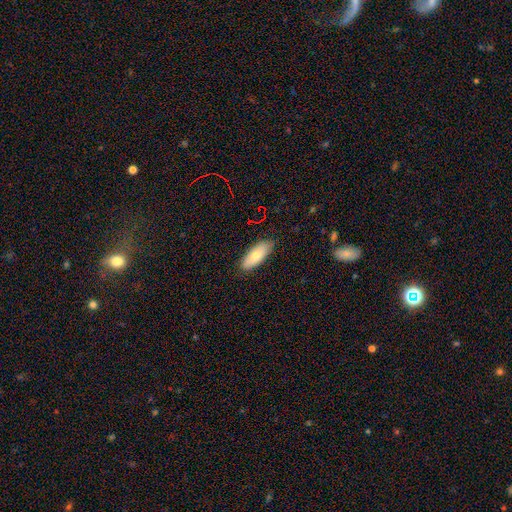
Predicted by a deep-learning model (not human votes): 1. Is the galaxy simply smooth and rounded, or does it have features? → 71% smooth, 22% featured or disk, 7% star or artifact.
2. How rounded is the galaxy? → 79% in between, 19% cigar-shaped, 2% round.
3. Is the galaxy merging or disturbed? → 86% none, 11% minor disturbance, 2% major disturbance, 1% merger.